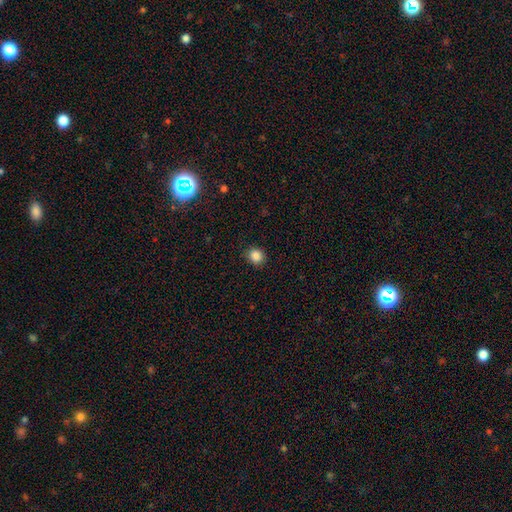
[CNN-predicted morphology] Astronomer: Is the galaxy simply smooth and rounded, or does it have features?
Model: smooth — 86%.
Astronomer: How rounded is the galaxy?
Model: round — 80%.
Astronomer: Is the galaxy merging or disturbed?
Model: none — 87%.